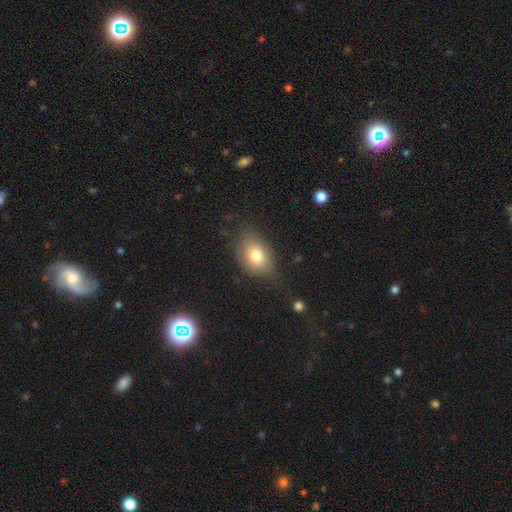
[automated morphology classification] A smooth galaxy with no disk features (77%) that is in between round and cigar-shaped (74%). Merging: none (71%).